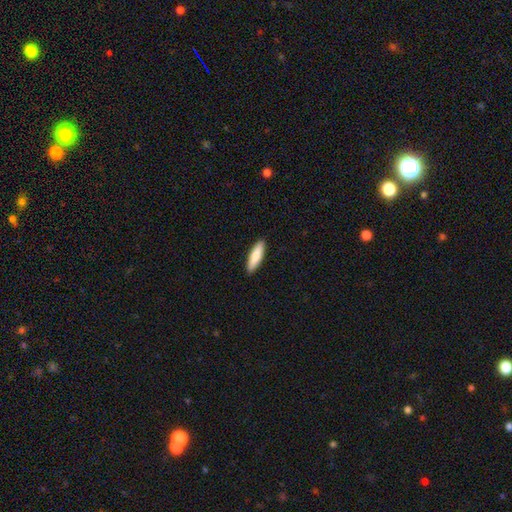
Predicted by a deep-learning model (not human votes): Morphology: type=smooth (83%); roundness=cigar-shaped (64%); merging=none (91%).